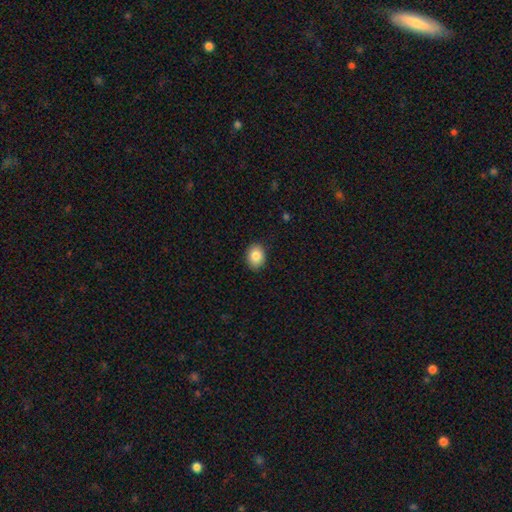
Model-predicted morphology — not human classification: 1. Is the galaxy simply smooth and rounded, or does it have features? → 85% smooth, 8% star or artifact, 6% featured or disk.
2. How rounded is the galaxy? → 57% in between, 42% round, 1% cigar-shaped.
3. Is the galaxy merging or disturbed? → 89% none, 8% minor disturbance, 2% major disturbance, 1% merger.